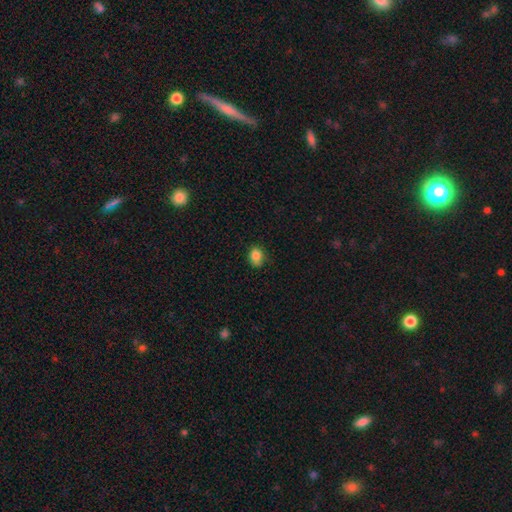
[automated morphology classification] A smooth galaxy with no disk features (85%) that is in between round and cigar-shaped (56%).

Vote fractions:
- Smooth or featured? smooth: 85% / star or artifact: 10% / featured or disk: 5%
- How rounded? in between: 56% / round: 43% / cigar-shaped: 1%
- Merging? none: 77% / minor disturbance: 18% / major disturbance: 3% / merger: 1%